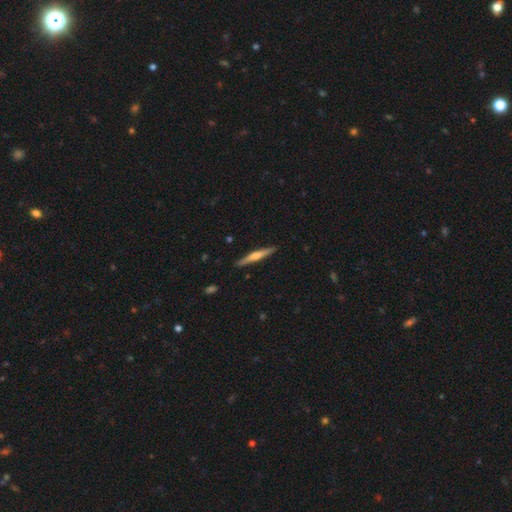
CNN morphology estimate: type=featured or disk (62%); edge-on=yes (98%); edge-on bulge=rounded (80%); merging=none (91%).